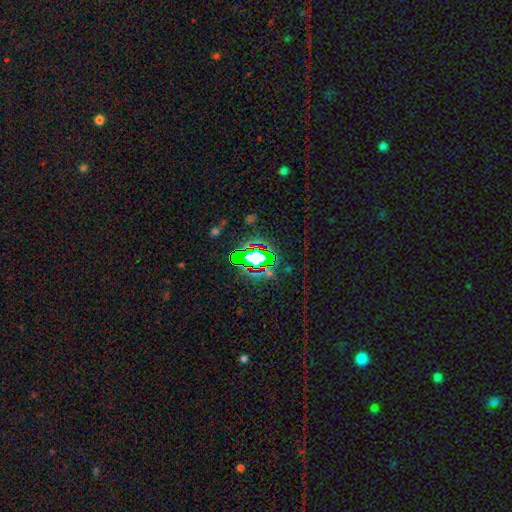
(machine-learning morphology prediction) smooth_or_featured: star or artifact (p=0.62) [alt: smooth p=0.21]